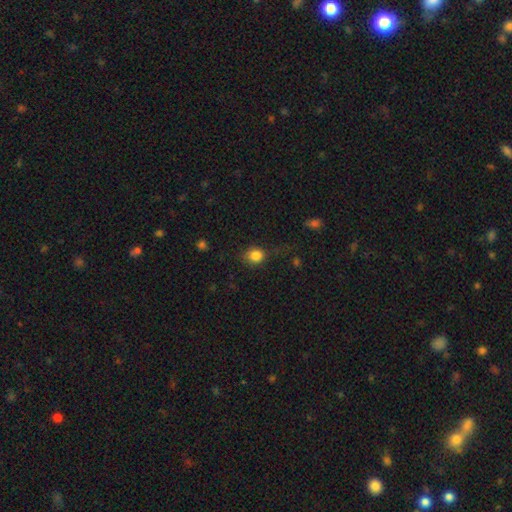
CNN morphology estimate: smooth 83%, star or artifact 11%, featured or disk 6%. Down the decision tree: how rounded — round (74%); merging — none (70%).